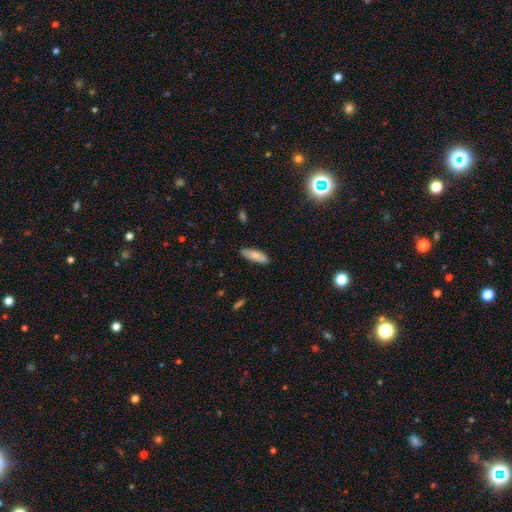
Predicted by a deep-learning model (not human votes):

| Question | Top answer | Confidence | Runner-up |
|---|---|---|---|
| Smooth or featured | smooth | 79% | featured or disk (15%) |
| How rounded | in between | 58% | cigar-shaped (40%) |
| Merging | none | 87% | minor disturbance (10%) |